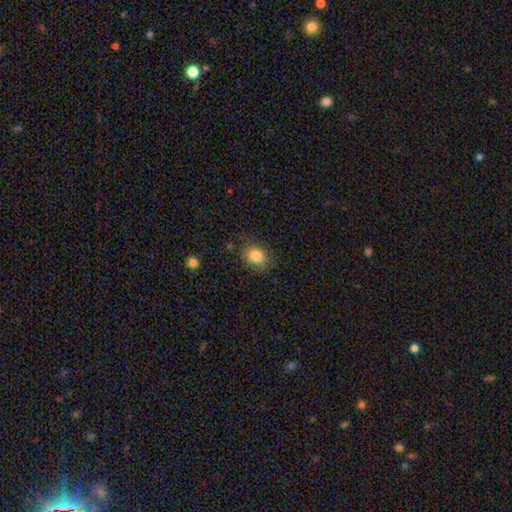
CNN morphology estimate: type=smooth (82%); roundness=in between (61%); merging=none (78%).